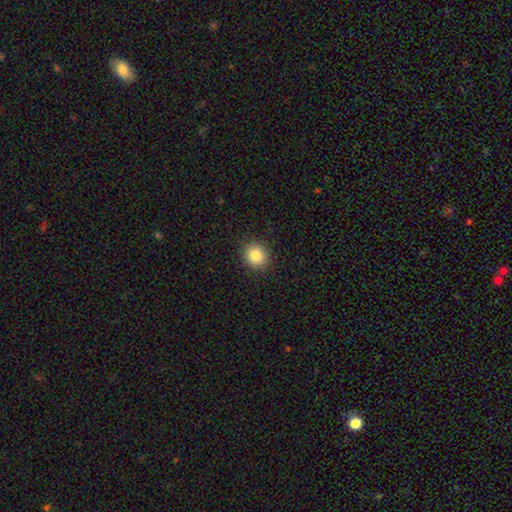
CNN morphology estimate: Q: Smooth or featured?
A: smooth (85%); runner-up: star or artifact (10%)
Q: How rounded?
A: round (82%); runner-up: in between (17%)
Q: Merging?
A: none (90%); runner-up: minor disturbance (7%)